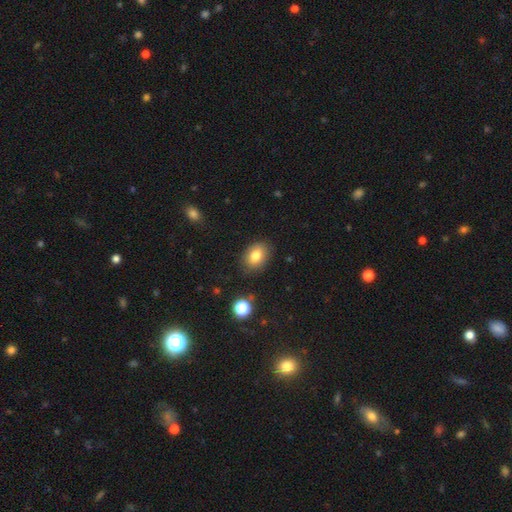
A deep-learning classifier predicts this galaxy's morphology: This appears to be a smooth galaxy with no disk features (81%) that is in between round and cigar-shaped (71%). Merging: none (84%).